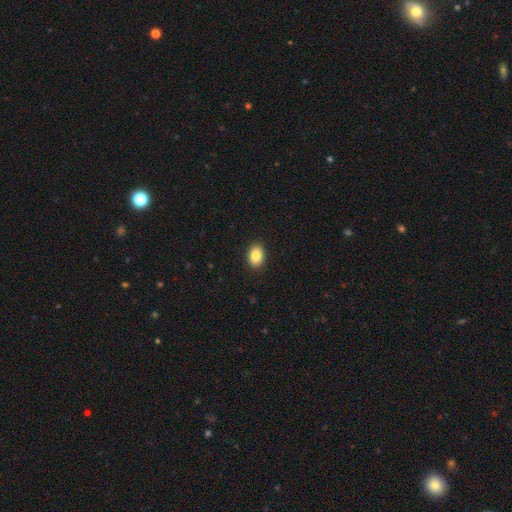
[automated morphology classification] smooth 86%, star or artifact 8%, featured or disk 6%. Down the decision tree: how rounded — in between (83%); merging — none (90%).